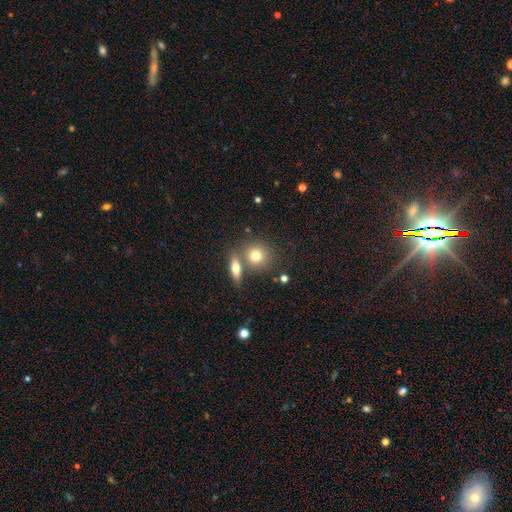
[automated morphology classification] This is likely a smooth galaxy (75%). How rounded: clearly round (81%). Merging: likely none (62%).